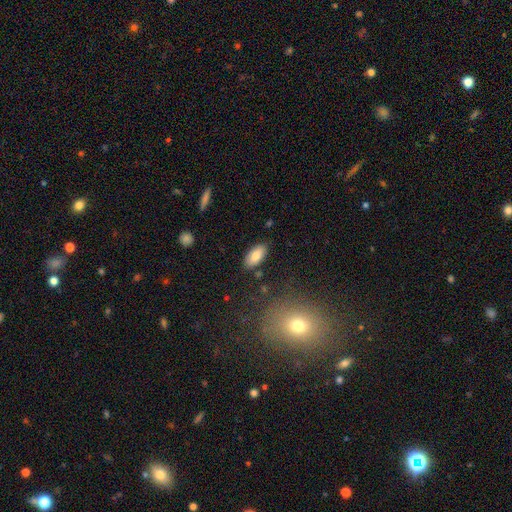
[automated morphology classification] smooth-or-featured: smooth: 80% | featured or disk: 13% | star or artifact: 7%
  how-rounded: in between: 91% | cigar-shaped: 6% | round: 2%
  merging: none: 85% | minor disturbance: 11% | major disturbance: 2% | merger: 2%